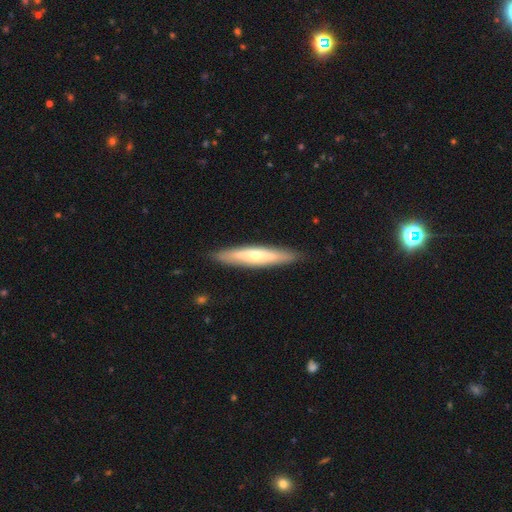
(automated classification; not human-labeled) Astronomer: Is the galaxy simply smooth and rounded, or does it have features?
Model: featured or disk — 52% (runner-up: smooth, 43%).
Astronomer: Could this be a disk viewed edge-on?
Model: yes — 86%.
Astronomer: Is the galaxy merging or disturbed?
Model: none — 89%.